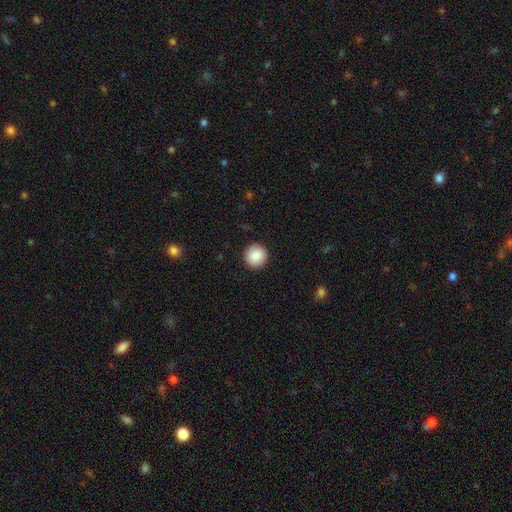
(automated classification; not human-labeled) This appears to be a smooth galaxy with no disk features (88%) that is round (95%). Merging: none (92%).